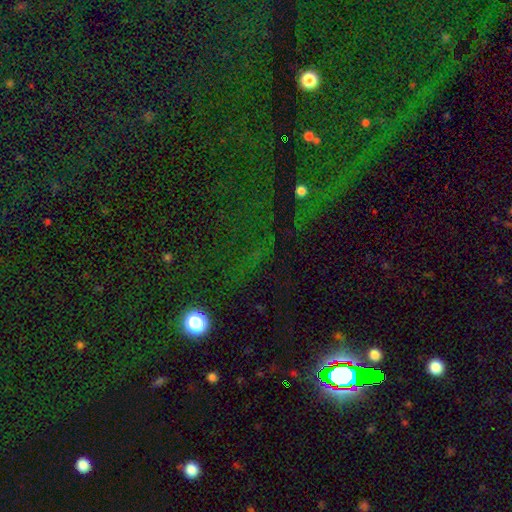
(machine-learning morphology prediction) Overall: star or artifact (76%).